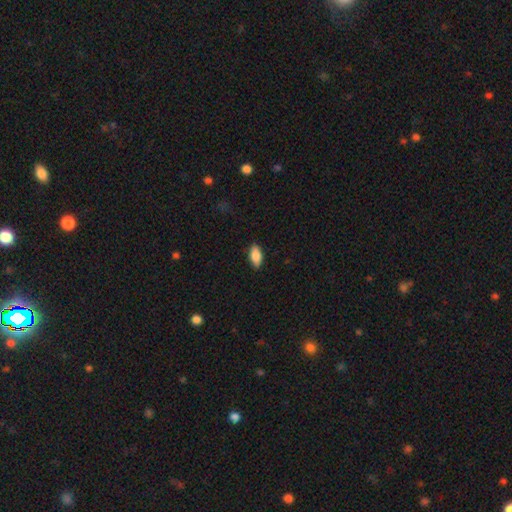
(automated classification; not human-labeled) A smooth galaxy with no disk features (86%) that is in between round and cigar-shaped (90%). Merging: none (86%).